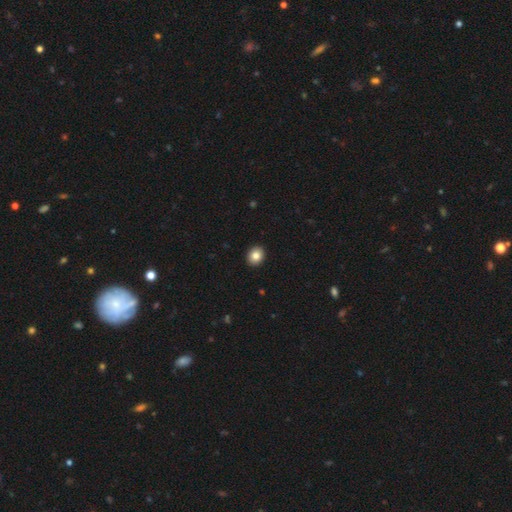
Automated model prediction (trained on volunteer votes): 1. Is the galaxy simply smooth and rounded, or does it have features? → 84% smooth, 9% star or artifact, 7% featured or disk.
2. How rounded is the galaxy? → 64% round, 35% in between, 1% cigar-shaped.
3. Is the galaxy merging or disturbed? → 92% none, 5% minor disturbance, 1% major disturbance, 1% merger.